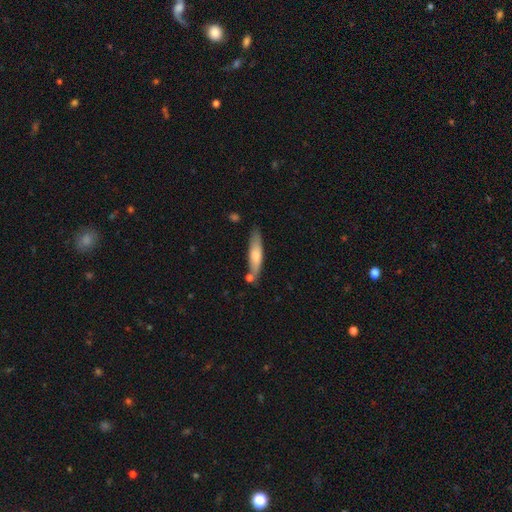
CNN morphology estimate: The model was most divided on "smooth or featured": smooth: 68%, featured or disk: 26%, star or artifact: 6%. More confident: how rounded — cigar-shaped (78%); merging — none (68%).